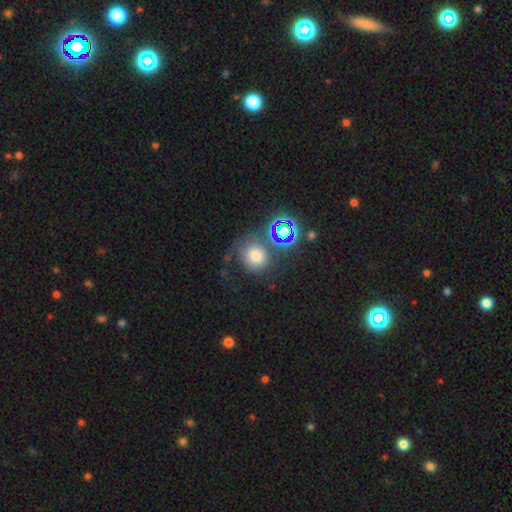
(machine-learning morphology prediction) smooth-or-featured: smooth: 65% | star or artifact: 22% | featured or disk: 12%
  how-rounded: round: 84% | in between: 15% | cigar-shaped: 1%
  merging: none: 56% | minor disturbance: 17% | merger: 14% | major disturbance: 13%